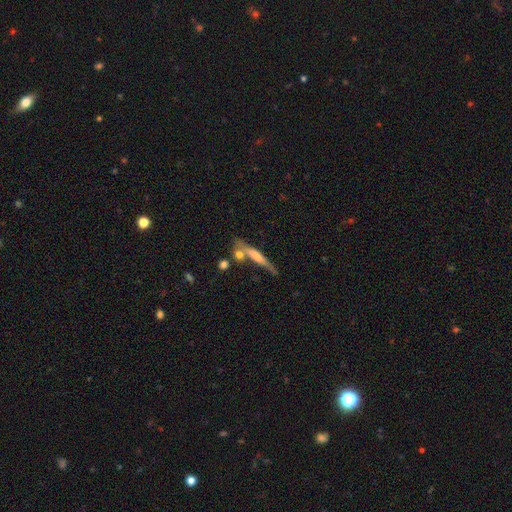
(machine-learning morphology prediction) smooth_or_featured: smooth (p=0.49) [alt: featured or disk p=0.43]
merging: none (p=0.54) [alt: merger p=0.19]